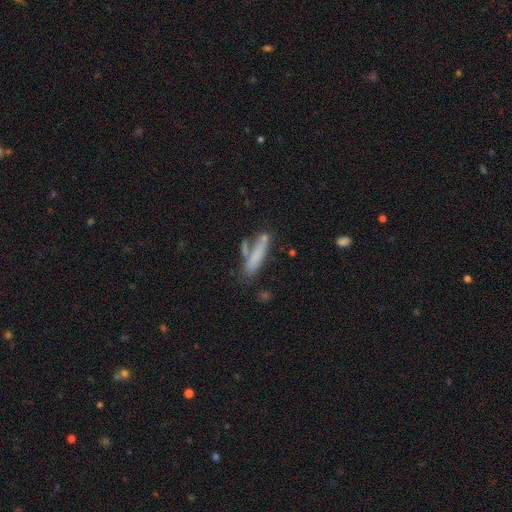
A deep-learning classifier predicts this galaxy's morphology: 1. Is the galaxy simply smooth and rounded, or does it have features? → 73% smooth, 19% featured or disk, 8% star or artifact.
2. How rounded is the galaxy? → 80% cigar-shaped, 18% in between, 2% round.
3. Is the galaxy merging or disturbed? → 58% none, 18% merger, 17% minor disturbance, 7% major disturbance.